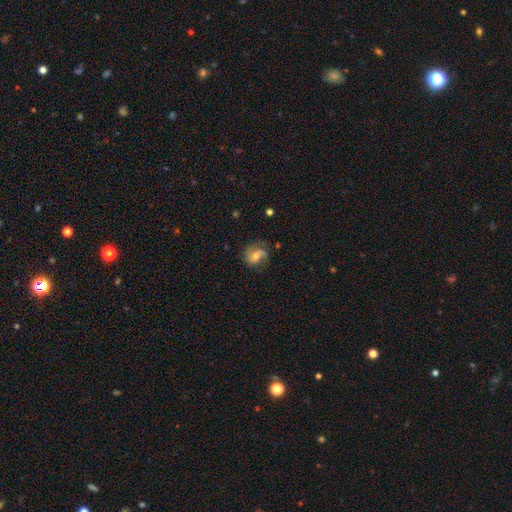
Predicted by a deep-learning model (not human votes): featured or disk 65%, smooth 26%, star or artifact 9%. Down the decision tree: edge-on disk — no (97%); bar — no (55%); spiral arms — yes (90%); spiral arm count — 2 (56%); spiral winding — medium (43%); bulge size — moderate (51%); merging — none (60%).